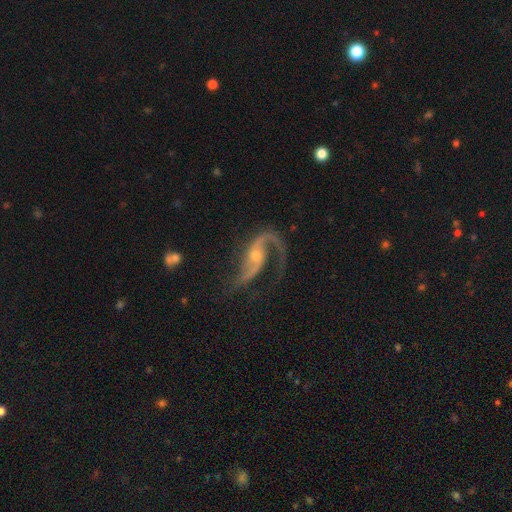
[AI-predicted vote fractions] featured or disk 90%, star or artifact 5%, smooth 4%. Down the decision tree: edge-on disk — no (96%); bar — no (50%); spiral arms — yes (97%); spiral arm count — 2 (81%); spiral winding — loose (56%); bulge size — small (56%); merging — none (57%).